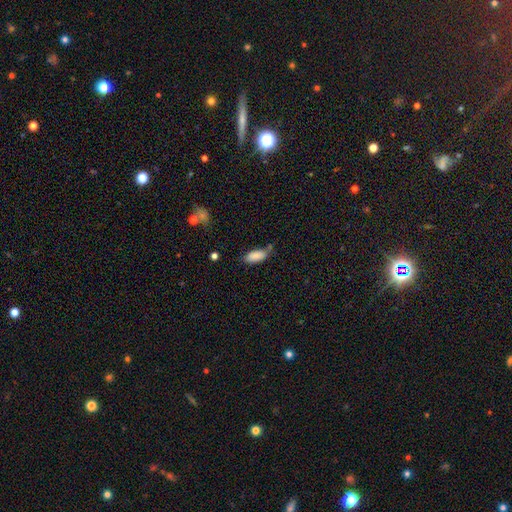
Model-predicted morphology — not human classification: Overall: smooth (87%). How rounded: in between (85%). Merging: none (62%; minor disturbance 25%).